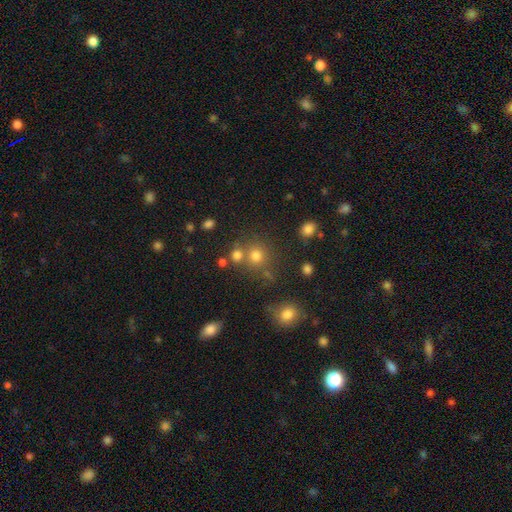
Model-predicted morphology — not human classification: Smooth or featured?
  - smooth: 72% *
  - star or artifact: 19%
  - featured or disk: 9%
How rounded?
  - round: 89% *
  - in between: 10%
  - cigar-shaped: 1%
Merging?
  - none: 65% *
  - merger: 22%
  - minor disturbance: 9%
  - major disturbance: 4%